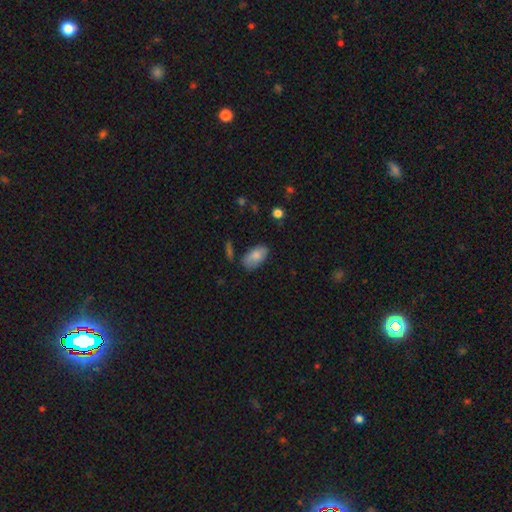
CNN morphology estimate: The model was most divided on "merging": none: 69%, minor disturbance: 23%, major disturbance: 5%, merger: 4%. More confident: how rounded — in between (94%); smooth or featured — smooth (82%).